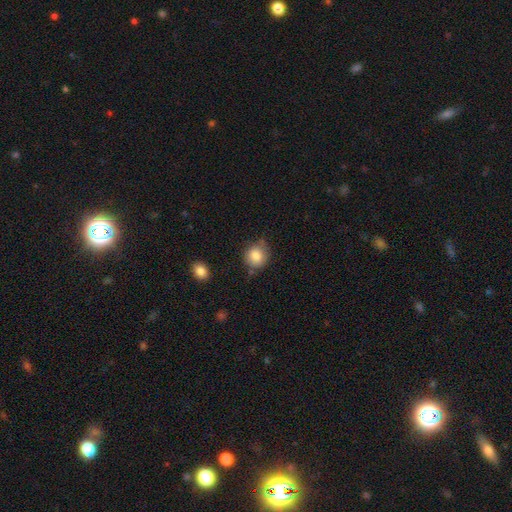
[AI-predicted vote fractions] Overall: smooth (85%). How rounded: round (81%). Merging: none (68%).